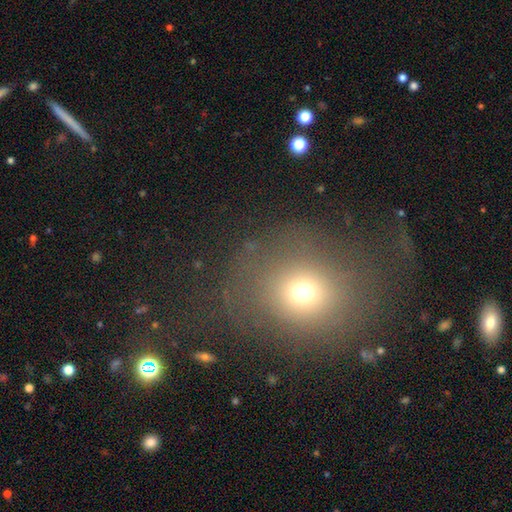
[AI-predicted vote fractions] This appears to be a smooth galaxy with no disk features (59%) that is round (73%). Merging: none (69%).